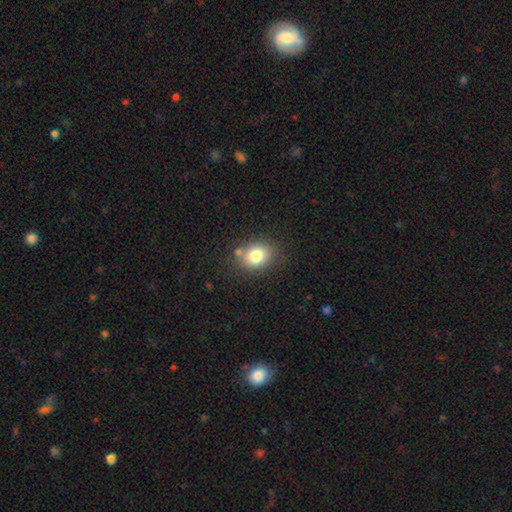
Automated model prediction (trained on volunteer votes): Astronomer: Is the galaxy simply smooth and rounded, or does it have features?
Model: smooth — 80%.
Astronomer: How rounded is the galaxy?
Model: in between — 52% (runner-up: round, 47%).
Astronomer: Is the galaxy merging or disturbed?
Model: none — 76%.